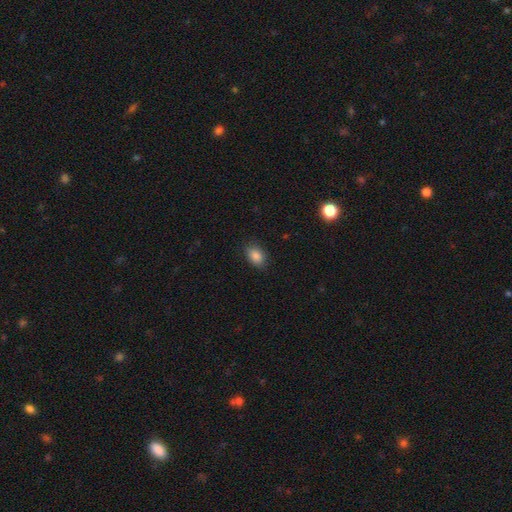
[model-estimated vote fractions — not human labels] The model was most divided on "how rounded": in between: 82%, round: 16%, cigar-shaped: 1%. More confident: smooth or featured — smooth (87%); merging — none (86%).